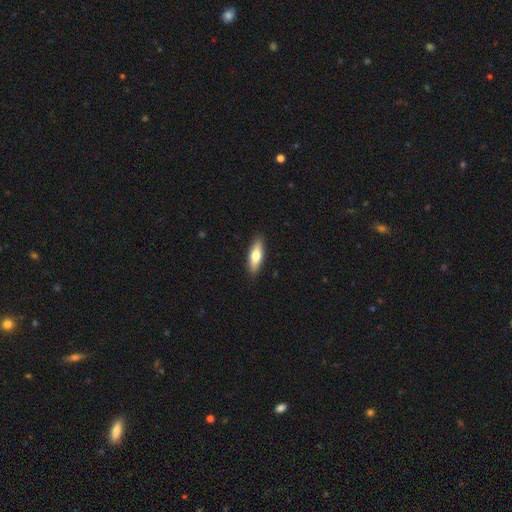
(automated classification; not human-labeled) The model was most divided on "how rounded": in between: 55%, cigar-shaped: 43%, round: 2%. More confident: merging — none (89%); smooth or featured — smooth (70%).